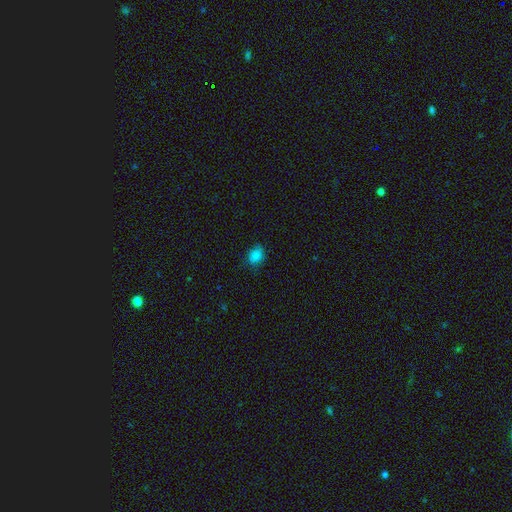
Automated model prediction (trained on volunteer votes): This appears to be a smooth galaxy with no disk features (85%) that is in between round and cigar-shaped (58%). Merging: none (77%).